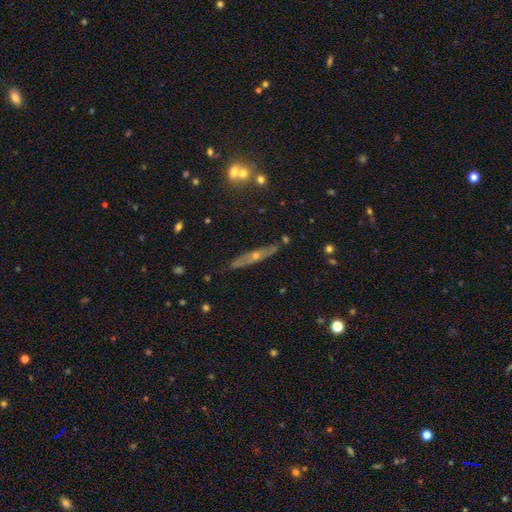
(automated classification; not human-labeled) Smooth or featured? featured or disk (62%)
Edge-on disk? yes (85%)
Edge-on bulge? rounded (79%)
Merging? none (84%)